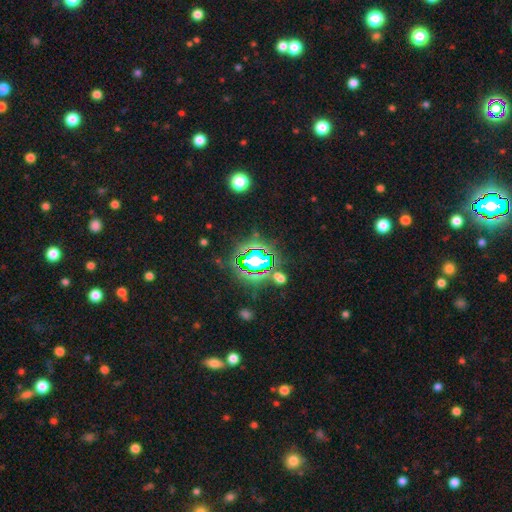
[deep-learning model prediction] smooth-or-featured: star or artifact: 78% | smooth: 13% | featured or disk: 9%